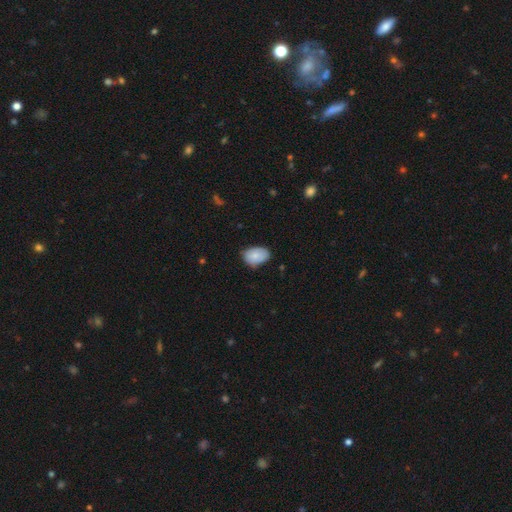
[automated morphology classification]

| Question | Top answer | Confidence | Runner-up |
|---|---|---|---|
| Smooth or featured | smooth | 84% | featured or disk (10%) |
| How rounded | in between | 86% | round (13%) |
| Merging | none | 65% | minor disturbance (29%) |